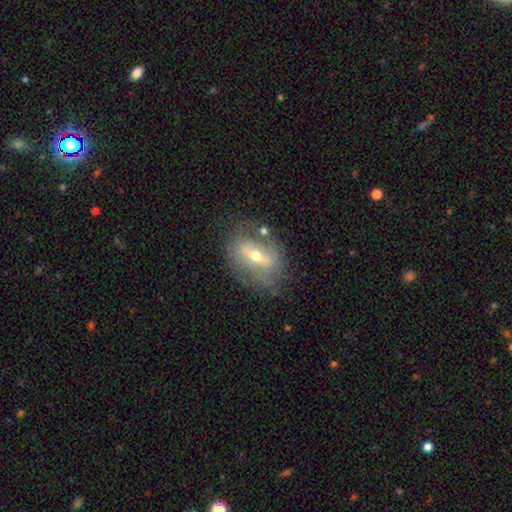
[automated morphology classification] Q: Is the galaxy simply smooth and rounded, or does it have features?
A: featured or disk — 69%.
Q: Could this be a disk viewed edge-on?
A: no — 88%.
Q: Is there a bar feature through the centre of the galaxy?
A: strong — 49%.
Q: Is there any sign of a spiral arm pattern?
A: yes — 59%.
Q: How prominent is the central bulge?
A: moderate — 57%.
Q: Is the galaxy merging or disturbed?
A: none — 64%.